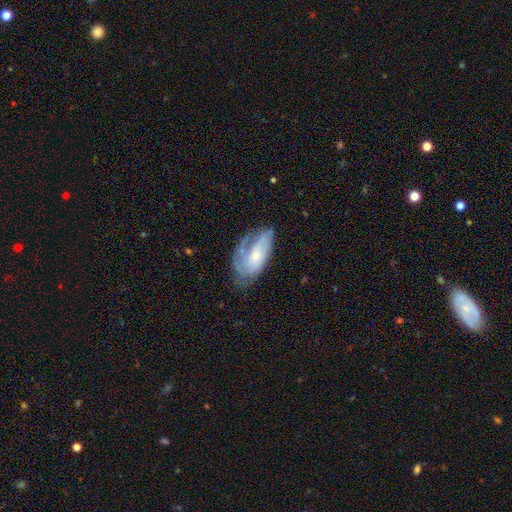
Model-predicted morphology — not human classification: Smooth or featured: featured or disk — 72% (smooth — 22%)
Edge-on disk: no — 94% (yes — 6%)
Bar: no — 71% (weak — 23%)
Spiral arms: yes — 88% (no — 12%)
Spiral winding: tight — 48% (medium — 36%)
Spiral arm count: can't tell — 36% (2 — 26%)
Bulge size: small — 65% (moderate — 30%)
Merging: none — 55% (minor disturbance — 27%)